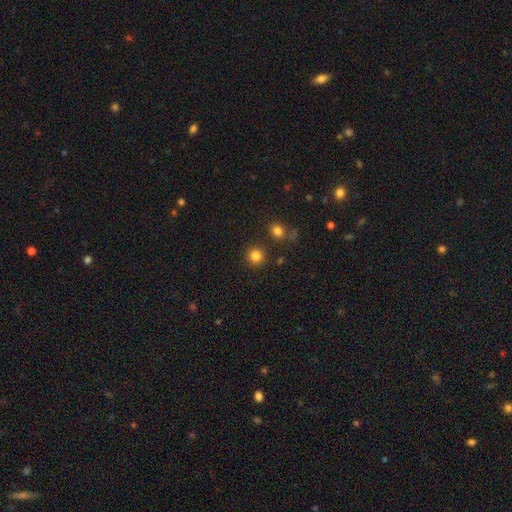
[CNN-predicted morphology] Smooth or featured: smooth — 83% (star or artifact — 13%)
How rounded: round — 94% (in between — 5%)
Merging: none — 88% (minor disturbance — 6%)